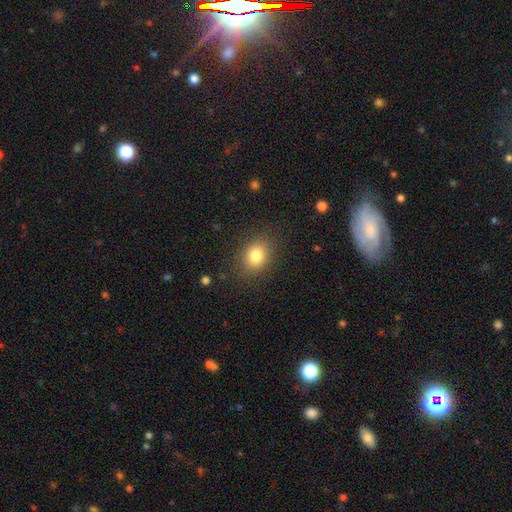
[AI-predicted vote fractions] smooth_or_featured: smooth (p=0.82) [alt: star or artifact p=0.10]
how_rounded: in between (p=0.56) [alt: round p=0.43]
merging: none (p=0.85) [alt: minor disturbance p=0.10]